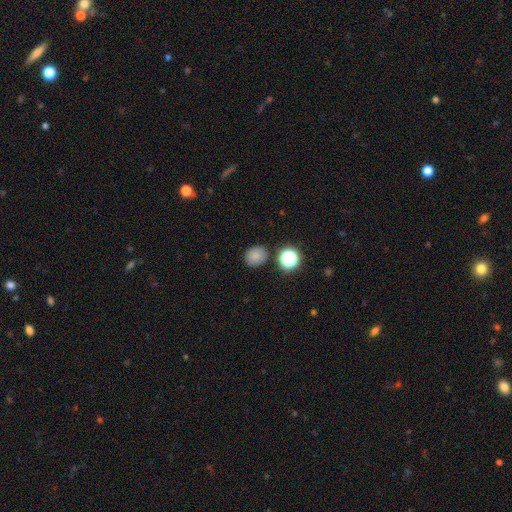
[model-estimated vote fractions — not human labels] Smooth or featured: smooth — 79% (star or artifact — 15%)
How rounded: round — 70% (in between — 29%)
Merging: none — 83% (minor disturbance — 10%)